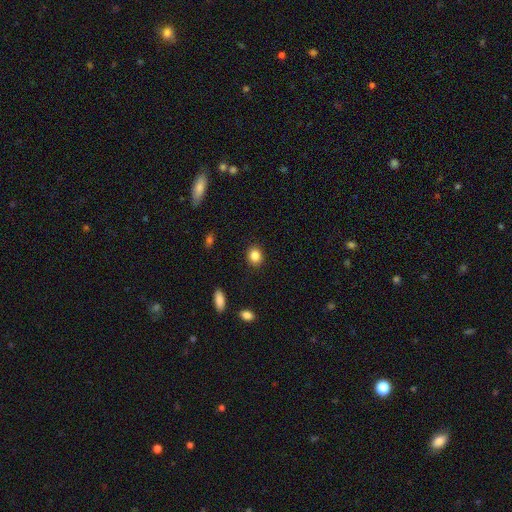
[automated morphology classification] type=smooth (86%); roundness=round (65%); merging=none (90%).